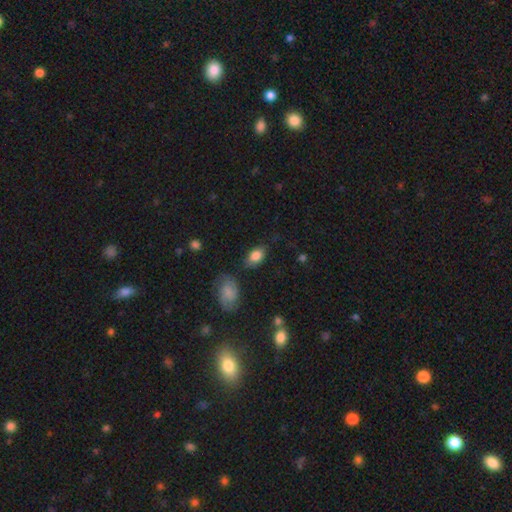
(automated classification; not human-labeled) Smooth or featured? Predicted: smooth (p=0.82). How rounded? Predicted: in between (p=0.87). Merging? Predicted: none (p=0.69).